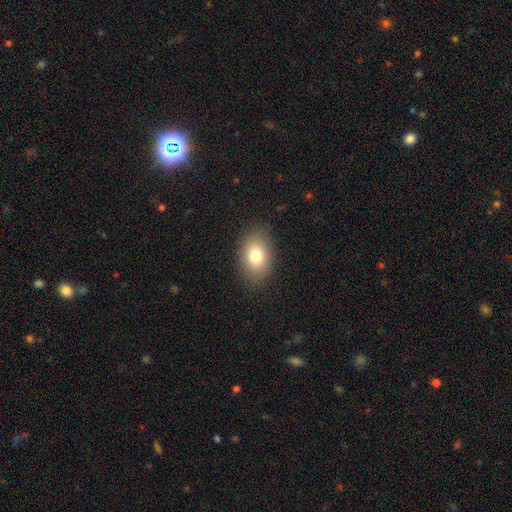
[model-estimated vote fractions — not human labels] Smooth or featured? Predicted: smooth (p=0.78). How rounded? Predicted: in between (p=0.78). Merging? Predicted: none (p=0.86).